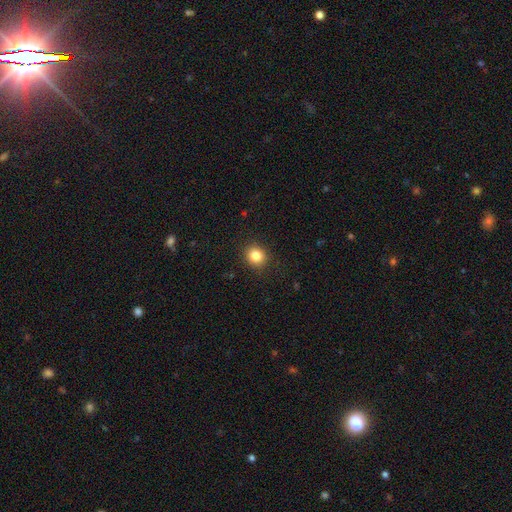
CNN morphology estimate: Smooth or featured? smooth (84%)
How rounded? round (84%)
Merging? none (90%)